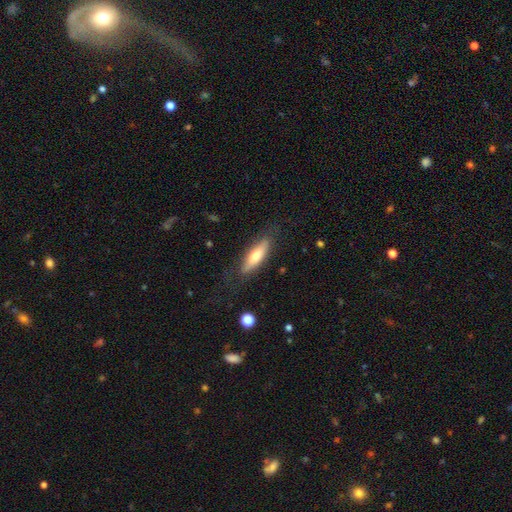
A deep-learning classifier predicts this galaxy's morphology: A smooth galaxy with no disk features (62%) that is cigar-shaped (58%). Merging: none (78%).